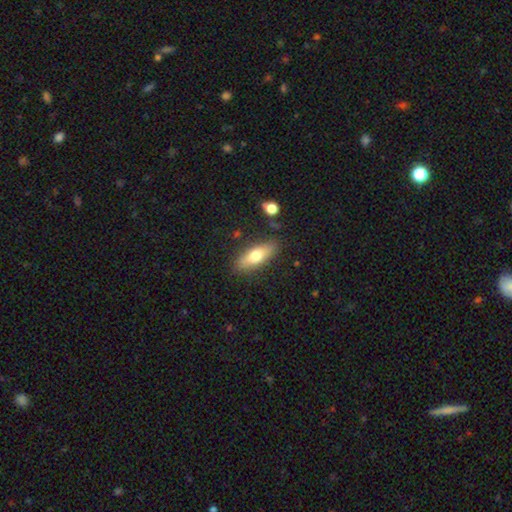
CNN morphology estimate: smooth 67%, featured or disk 27%, star or artifact 6%. Down the decision tree: how rounded — in between (63%); merging — none (83%).